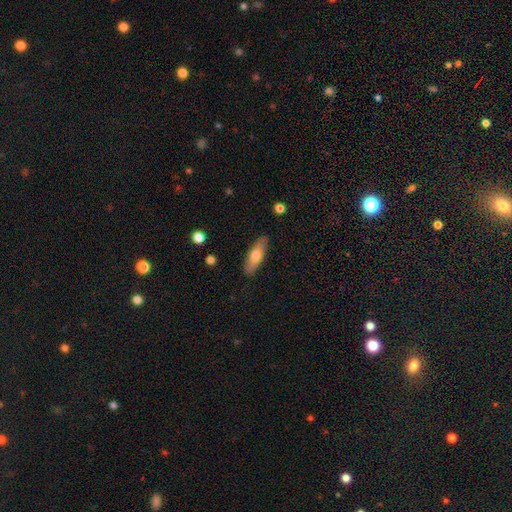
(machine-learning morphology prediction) smooth_or_featured: smooth (p=0.66) [alt: featured or disk p=0.28]
how_rounded: in between (p=0.54) [alt: cigar-shaped p=0.44]
merging: none (p=0.86) [alt: minor disturbance p=0.10]